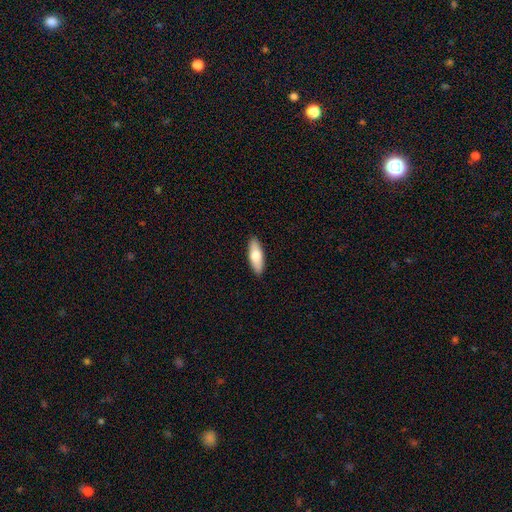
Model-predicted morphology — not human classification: type=smooth (75%); roundness=in between (66%); merging=none (89%).